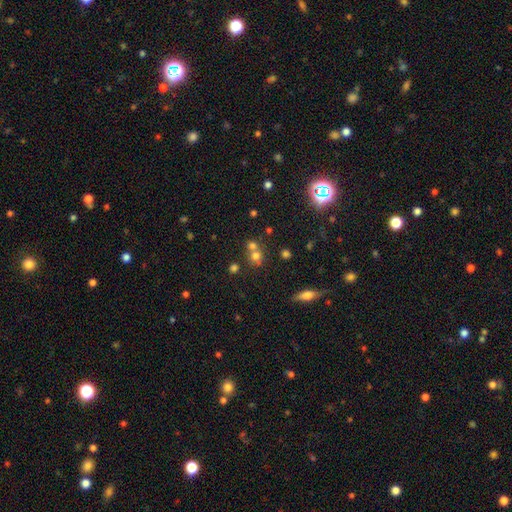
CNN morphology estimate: smooth_or_featured: smooth (p=0.65) [alt: star or artifact p=0.19]
how_rounded: round (p=0.81) [alt: in between p=0.18]
merging: merger (p=0.46) [alt: none p=0.44]